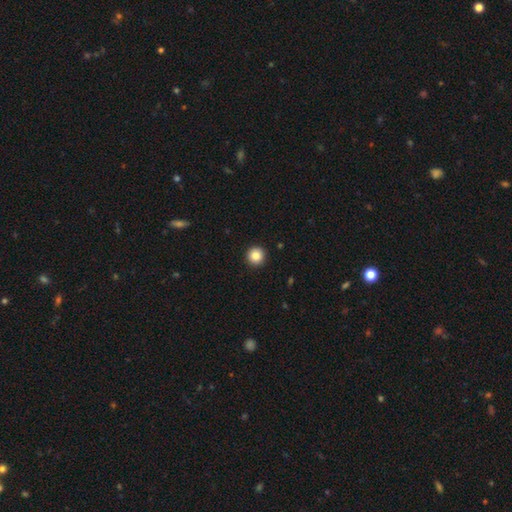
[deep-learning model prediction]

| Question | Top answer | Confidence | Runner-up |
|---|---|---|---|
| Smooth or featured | smooth | 86% | star or artifact (10%) |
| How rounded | round | 96% | in between (3%) |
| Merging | none | 93% | minor disturbance (4%) |